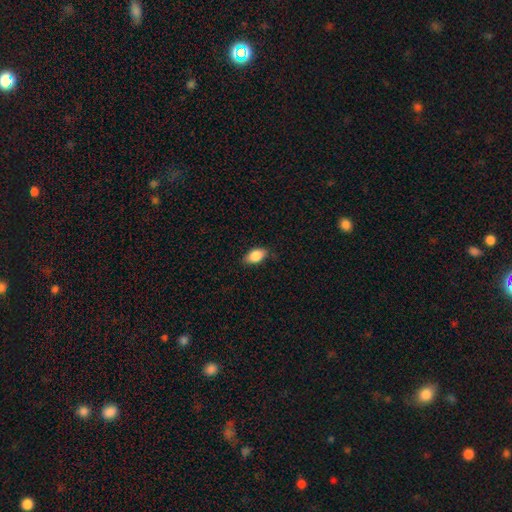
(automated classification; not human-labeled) smooth 86%, star or artifact 7%, featured or disk 7%. Down the decision tree: how rounded — in between (90%); merging — none (81%).